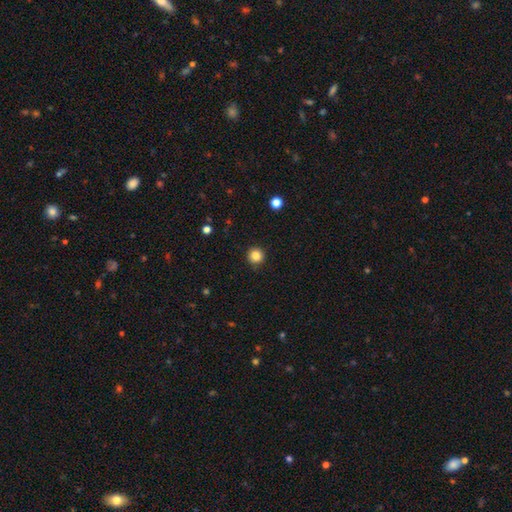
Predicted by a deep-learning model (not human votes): Smooth or featured? Predicted: smooth (p=0.84). How rounded? Predicted: round (p=0.95). Merging? Predicted: none (p=0.92).